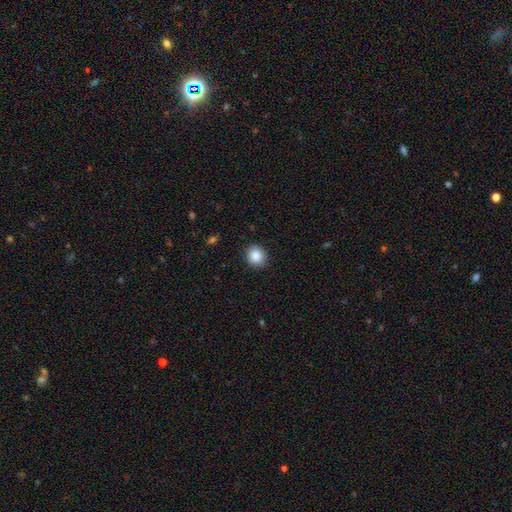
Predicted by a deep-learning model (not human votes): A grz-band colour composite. It shows a smooth galaxy with no disk features (88%) that is round (78%). Merging: none (90%).